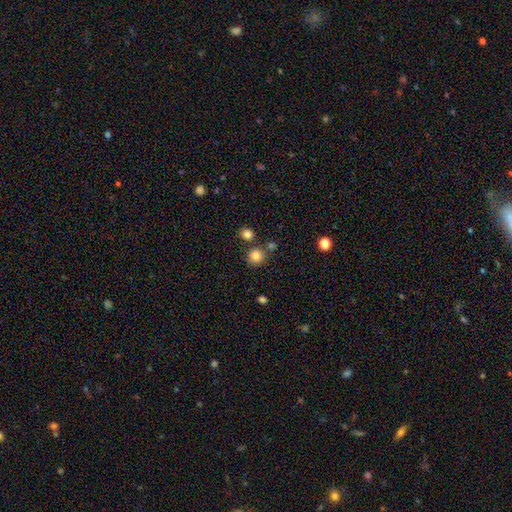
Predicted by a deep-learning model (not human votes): The model was most divided on "merging": none: 77%, merger: 11%, minor disturbance: 9%, major disturbance: 3%. More confident: how rounded — round (89%); smooth or featured — smooth (83%).